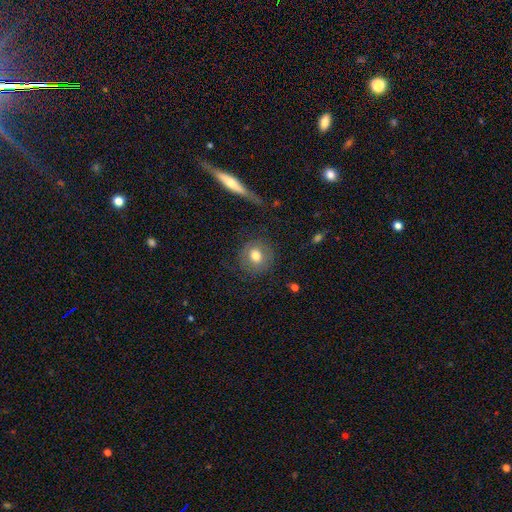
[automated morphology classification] A smooth galaxy with no disk features (71%) that is round (87%). Merging: none (81%).